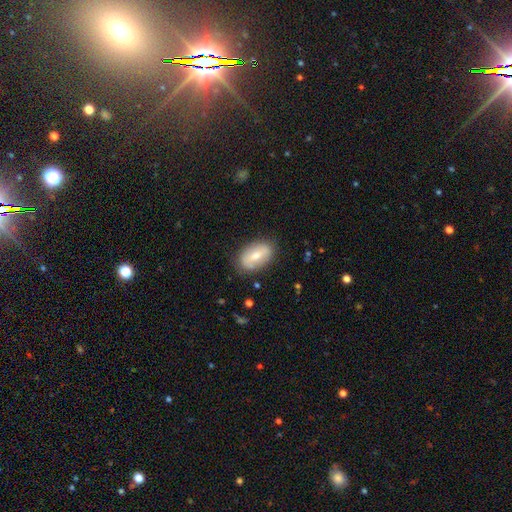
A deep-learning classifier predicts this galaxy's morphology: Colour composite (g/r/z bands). It shows a smooth galaxy with no disk features (58%) that is in between round and cigar-shaped (90%). Merging: none (79%).